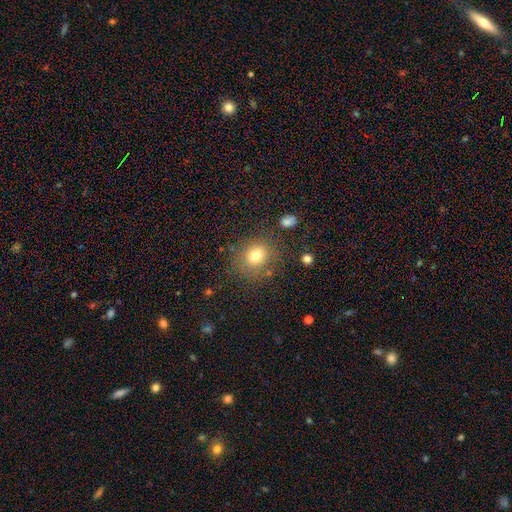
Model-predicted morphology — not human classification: Overall: smooth (76%). How rounded: round (75%). Merging: none (78%).